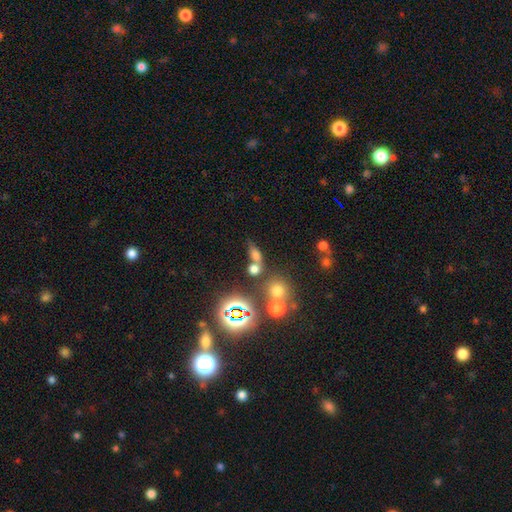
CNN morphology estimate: type=smooth (62%); roundness=in between (63%); merging=none (49%).